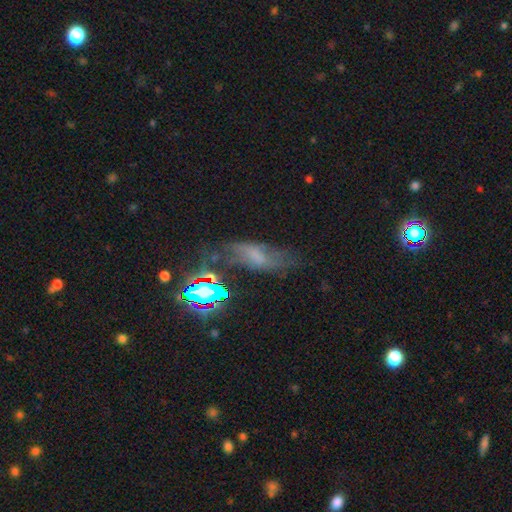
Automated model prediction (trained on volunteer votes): smooth-or-featured: smooth: 40% | featured or disk: 38% | star or artifact: 22%
  merging: none: 52% | minor disturbance: 25% | major disturbance: 18% | merger: 4%